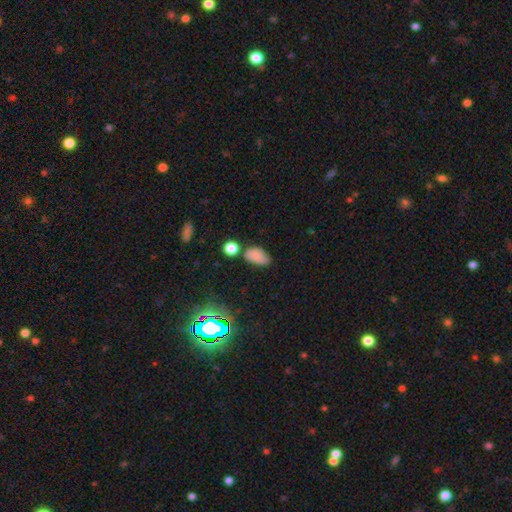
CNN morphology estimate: type=smooth (80%); roundness=in between (90%); merging=none (57%).